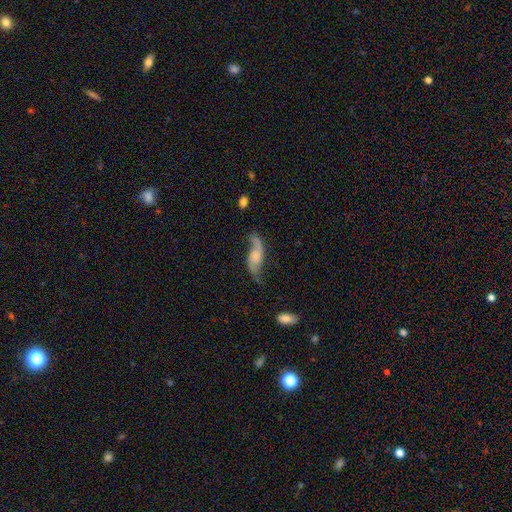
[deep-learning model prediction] smooth_or_featured: featured or disk (p=0.74) [alt: smooth p=0.18]
disk_edge_on: no (p=0.91) [alt: yes p=0.09]
bar: no (p=0.60) [alt: weak p=0.32]
has_spiral_arms: yes (p=0.93) [alt: no p=0.07]
spiral_winding: loose (p=0.80) [alt: medium p=0.16]
spiral_arm_count: 2 (p=0.89) [alt: 1 p=0.05]
bulge_size: none (p=0.38) [alt: small p=0.24]
merging: none (p=0.60) [alt: minor disturbance p=0.22]